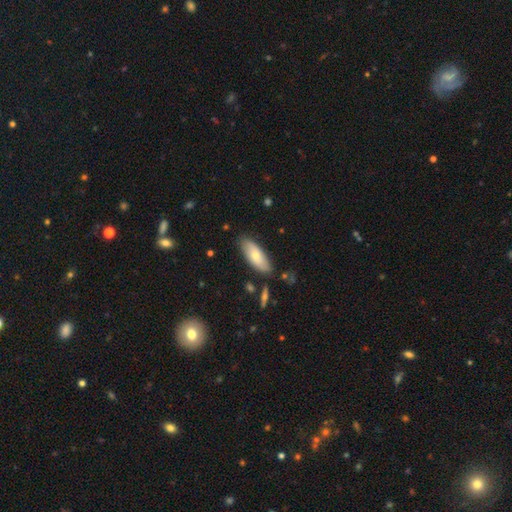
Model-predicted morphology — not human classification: Smooth or featured: smooth — 66% (featured or disk — 27%)
How rounded: in between — 78% (cigar-shaped — 20%)
Merging: none — 80% (minor disturbance — 15%)